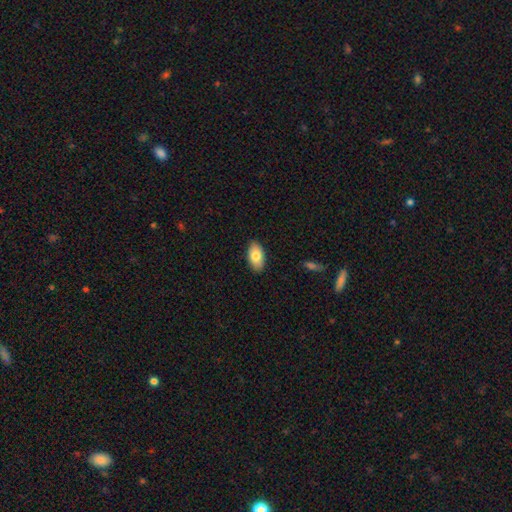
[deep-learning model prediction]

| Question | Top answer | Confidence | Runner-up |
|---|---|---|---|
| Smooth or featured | smooth | 80% | featured or disk (13%) |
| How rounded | in between | 94% | round (3%) |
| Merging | none | 89% | minor disturbance (9%) |